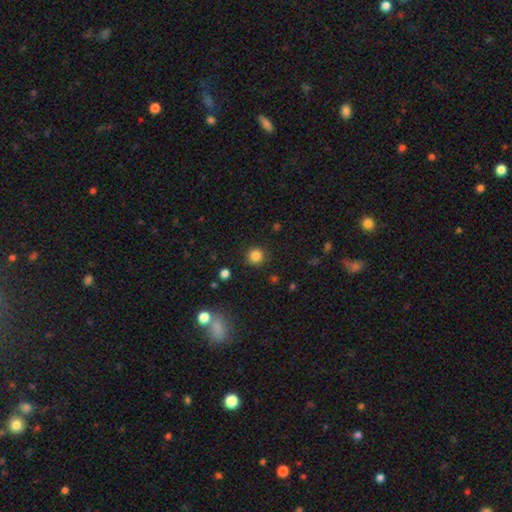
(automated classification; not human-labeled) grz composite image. It shows a smooth galaxy with no disk features (84%) that is round (94%). Merging: none (90%).